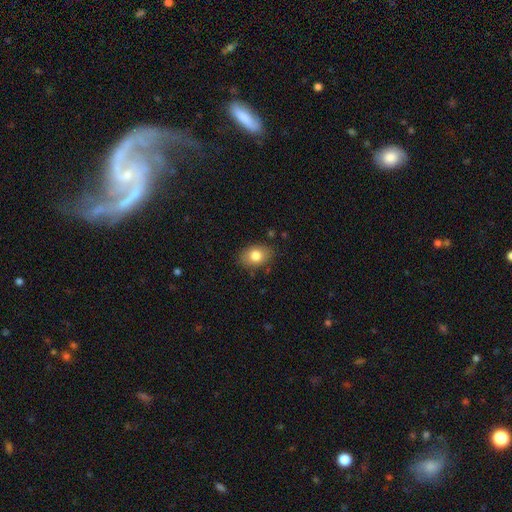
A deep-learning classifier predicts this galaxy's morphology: type=smooth (81%); roundness=in between (77%); merging=none (83%).